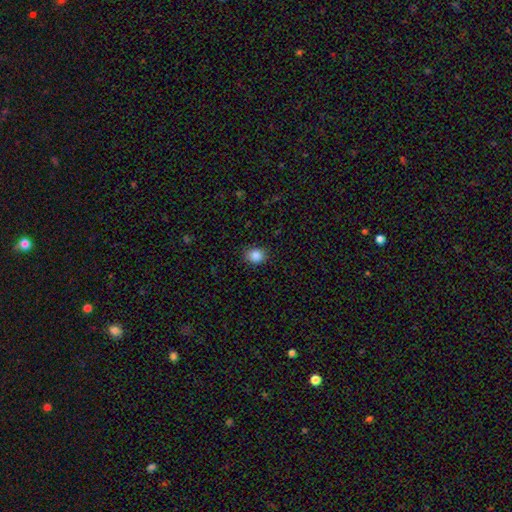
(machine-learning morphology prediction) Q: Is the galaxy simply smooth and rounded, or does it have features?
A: smooth — 85%.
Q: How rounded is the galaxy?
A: round — 65%.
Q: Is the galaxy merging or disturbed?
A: none — 87%.